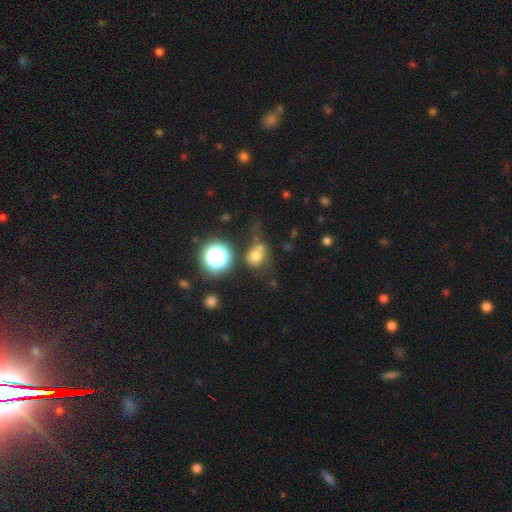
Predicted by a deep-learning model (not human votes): Smooth or featured: smooth — 70% (star or artifact — 20%)
How rounded: round — 71% (in between — 28%)
Merging: none — 53% (merger — 18%)